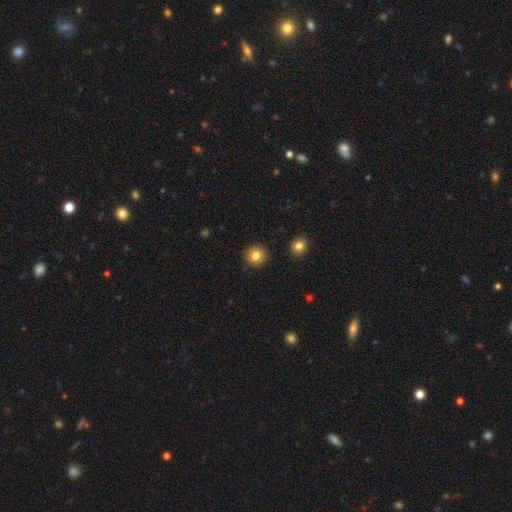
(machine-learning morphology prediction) This is clearly a smooth galaxy (82%). How rounded: clearly round (93%). Merging: clearly none (91%).